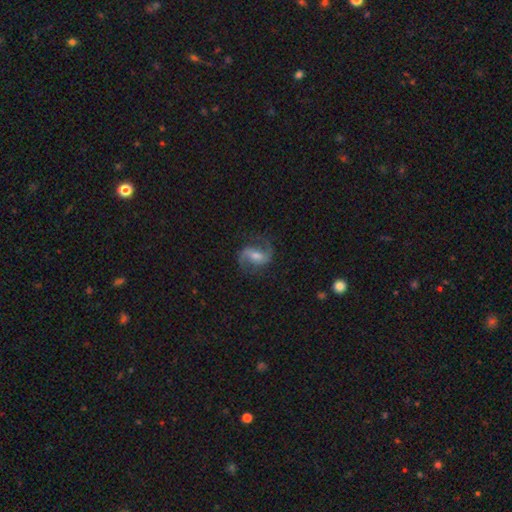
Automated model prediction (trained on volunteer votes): Q: Smooth or featured?
A: featured or disk (85%); runner-up: smooth (8%)
Q: Edge-on disk?
A: no (97%); runner-up: yes (3%)
Q: Bar?
A: weak (45%); runner-up: strong (31%)
Q: Spiral arms?
A: yes (97%); runner-up: no (3%)
Q: Spiral winding?
A: medium (49%); runner-up: loose (40%)
Q: Spiral arm count?
A: 2 (92%); runner-up: can't tell (2%)
Q: Bulge size?
A: moderate (55%); runner-up: small (35%)
Q: Merging?
A: none (77%); runner-up: minor disturbance (14%)